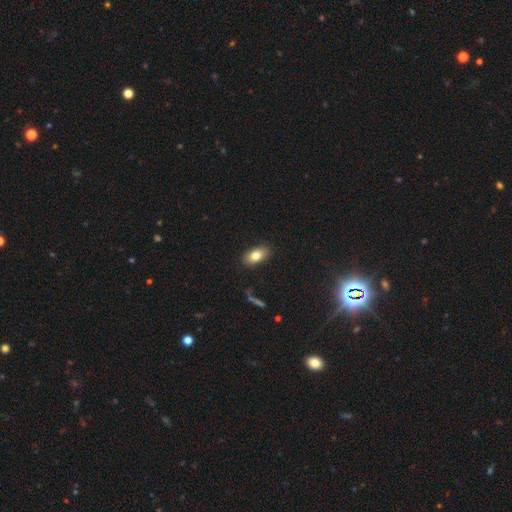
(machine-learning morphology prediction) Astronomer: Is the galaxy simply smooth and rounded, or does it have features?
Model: smooth — 79%.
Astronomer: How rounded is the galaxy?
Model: in between — 90%.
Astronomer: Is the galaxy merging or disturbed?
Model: none — 87%.